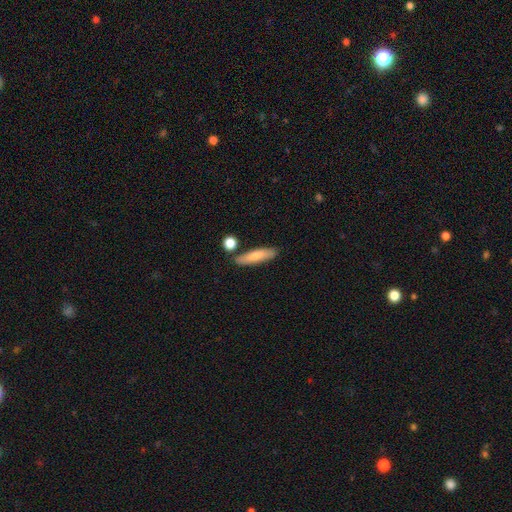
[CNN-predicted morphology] Q: Smooth or featured?
A: smooth (79%); runner-up: featured or disk (15%)
Q: How rounded?
A: cigar-shaped (73%); runner-up: in between (25%)
Q: Merging?
A: none (80%); runner-up: minor disturbance (11%)